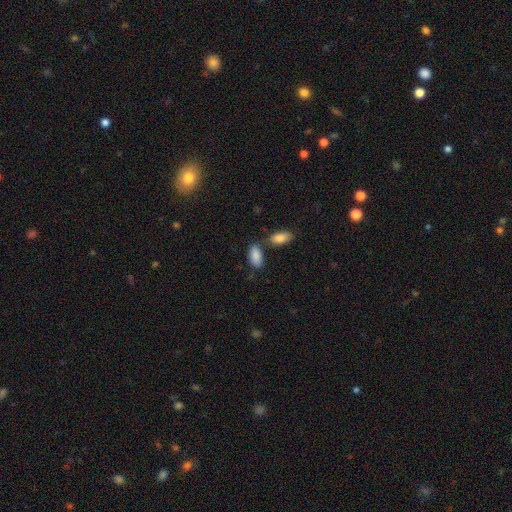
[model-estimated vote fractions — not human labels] Smooth or featured? Predicted: smooth (p=0.87). How rounded? Predicted: in between (p=0.92). Merging? Predicted: none (p=0.65).